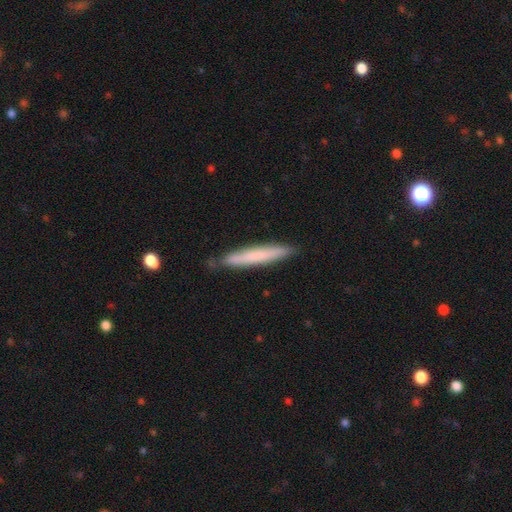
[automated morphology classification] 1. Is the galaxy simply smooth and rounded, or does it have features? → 65% smooth, 29% featured or disk, 6% star or artifact.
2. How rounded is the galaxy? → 95% cigar-shaped, 4% in between, 1% round.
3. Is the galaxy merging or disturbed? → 84% none, 13% minor disturbance, 2% major disturbance, 2% merger.